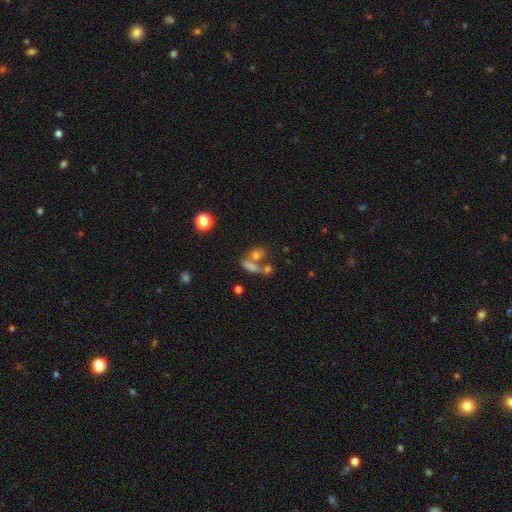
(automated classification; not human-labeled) smooth_or_featured: smooth (p=0.45) [alt: featured or disk p=0.28]
merging: merger (p=0.45) [alt: none p=0.35]